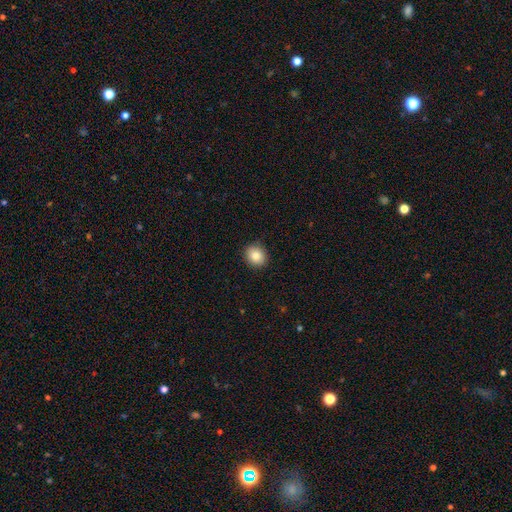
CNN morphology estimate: Smooth or featured: smooth — 84% (star or artifact — 9%)
How rounded: round — 72% (in between — 27%)
Merging: none — 89% (minor disturbance — 8%)